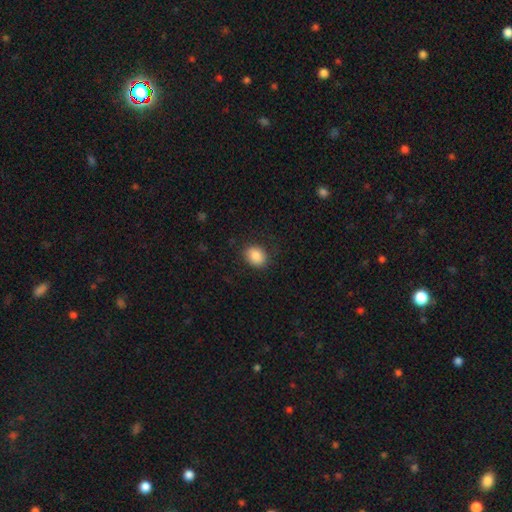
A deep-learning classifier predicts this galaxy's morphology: A smooth galaxy with no disk features (85%) that is round (55%).

Vote fractions:
- Smooth or featured? smooth: 85% / star or artifact: 8% / featured or disk: 7%
- How rounded? round: 55% / in between: 44% / cigar-shaped: 1%
- Merging? none: 83% / minor disturbance: 12% / major disturbance: 4% / merger: 1%